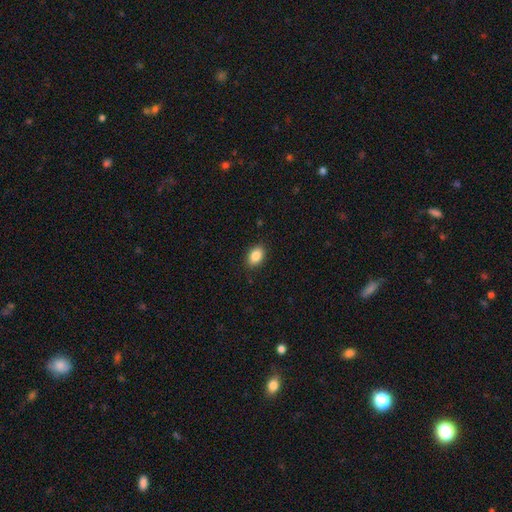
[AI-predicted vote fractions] Overall: smooth (86%). How rounded: in between (84%). Merging: none (88%).